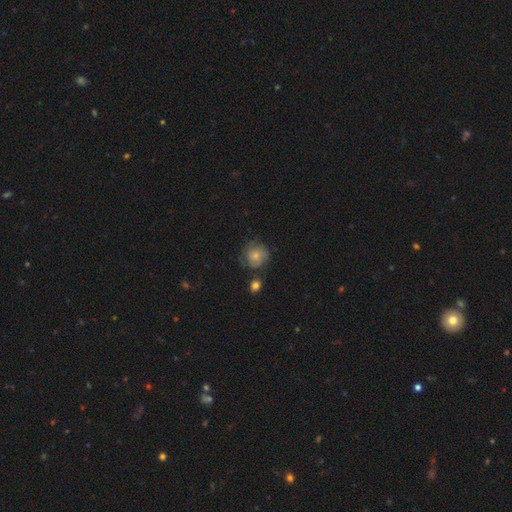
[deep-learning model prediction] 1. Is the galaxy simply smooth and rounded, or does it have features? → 66% smooth, 25% featured or disk, 8% star or artifact.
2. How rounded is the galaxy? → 89% round, 10% in between, 1% cigar-shaped.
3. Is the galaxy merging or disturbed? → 63% none, 23% minor disturbance, 8% major disturbance, 6% merger.